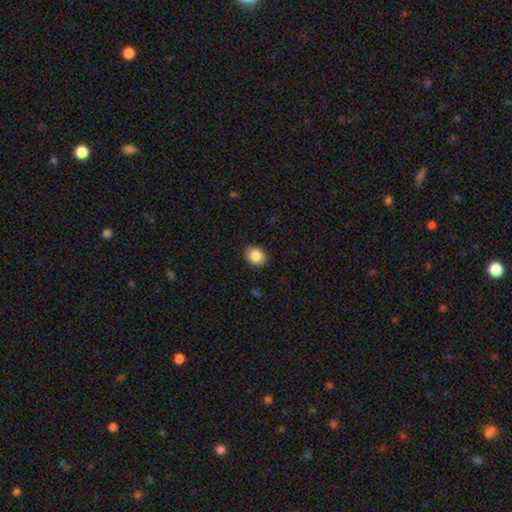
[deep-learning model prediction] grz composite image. It shows a smooth galaxy with no disk features (86%) that is round (50%, tied with in between). Merging: none (90%).